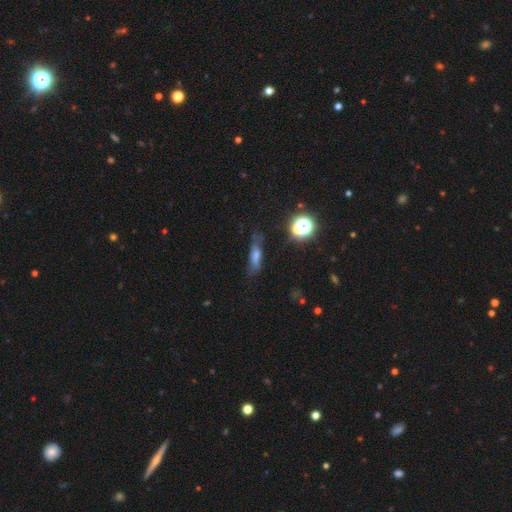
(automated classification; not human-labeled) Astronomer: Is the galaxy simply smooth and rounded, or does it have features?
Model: smooth — 47% (runner-up: featured or disk, 32%).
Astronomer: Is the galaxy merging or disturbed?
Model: none — 71%.